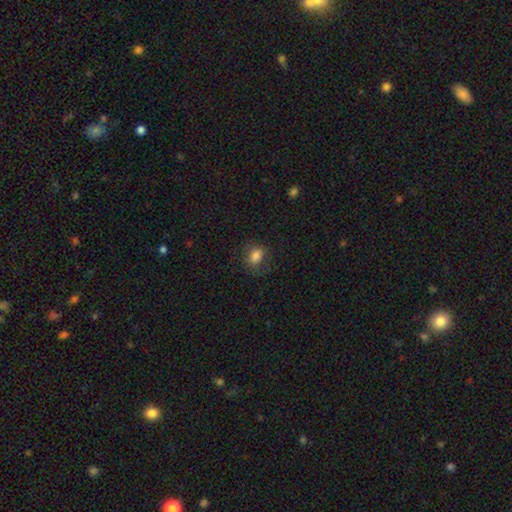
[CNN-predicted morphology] Smooth or featured: smooth — 80% (star or artifact — 11%)
How rounded: in between — 51% (round — 48%)
Merging: none — 71% (minor disturbance — 18%)